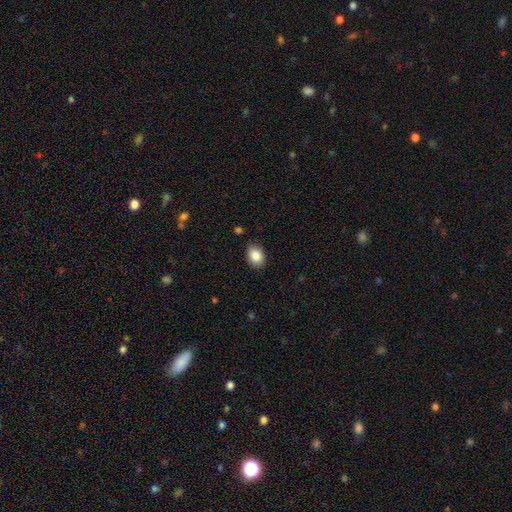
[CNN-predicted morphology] Smooth or featured? Predicted: smooth (p=0.87). How rounded? Predicted: in between (p=0.68). Merging? Predicted: none (p=0.86).